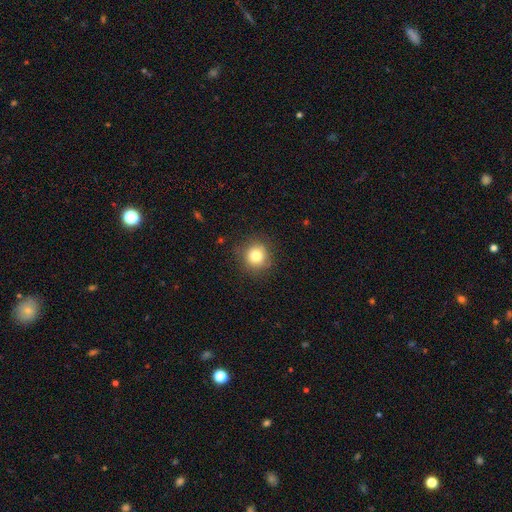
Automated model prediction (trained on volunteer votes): This appears to be a smooth galaxy with no disk features (81%) that is round (91%). Merging: none (85%).